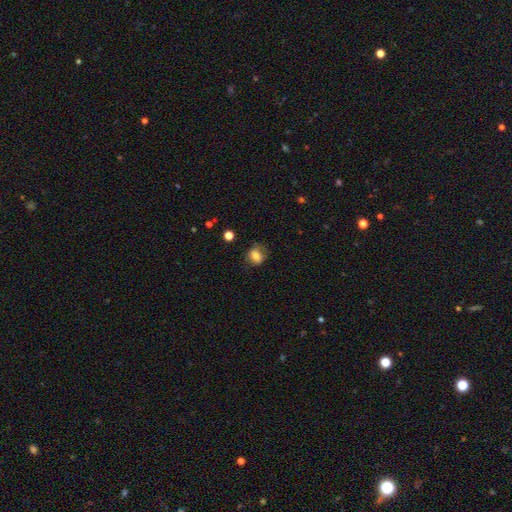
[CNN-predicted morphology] Q: Smooth or featured?
A: smooth (75%); runner-up: featured or disk (14%)
Q: How rounded?
A: round (55%); runner-up: in between (44%)
Q: Merging?
A: none (67%); runner-up: minor disturbance (22%)